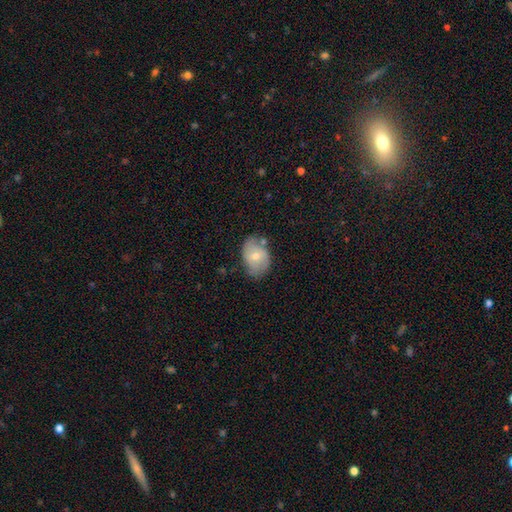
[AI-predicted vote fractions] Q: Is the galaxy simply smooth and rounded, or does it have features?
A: smooth — 59%.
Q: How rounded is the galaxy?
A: in between — 77%.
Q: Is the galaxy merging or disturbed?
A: none — 61%.